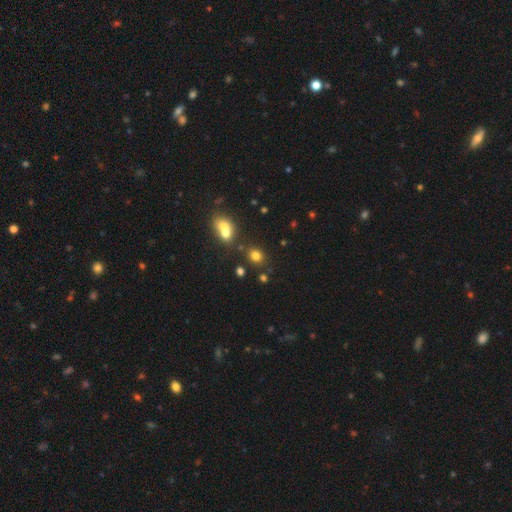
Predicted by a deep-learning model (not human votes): Smooth or featured?
  - smooth: 76% *
  - star or artifact: 16%
  - featured or disk: 8%
How rounded?
  - round: 69% *
  - in between: 30%
  - cigar-shaped: 1%
Merging?
  - none: 69% *
  - merger: 18%
  - minor disturbance: 9%
  - major disturbance: 3%